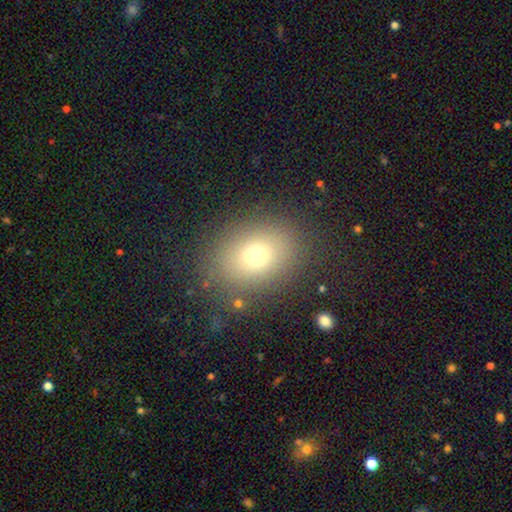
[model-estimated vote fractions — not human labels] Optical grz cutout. It shows a smooth galaxy with no disk features (71%) that is in between round and cigar-shaped (57%). Merging: none (82%).